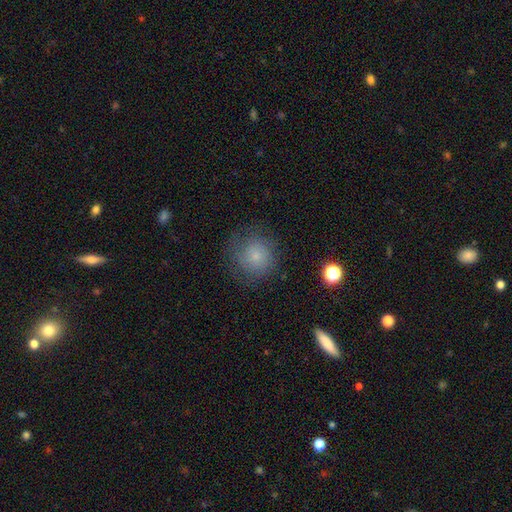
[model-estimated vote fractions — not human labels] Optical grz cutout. It shows a smooth galaxy with no disk features (75%) that is round (91%). Merging: none (74%).